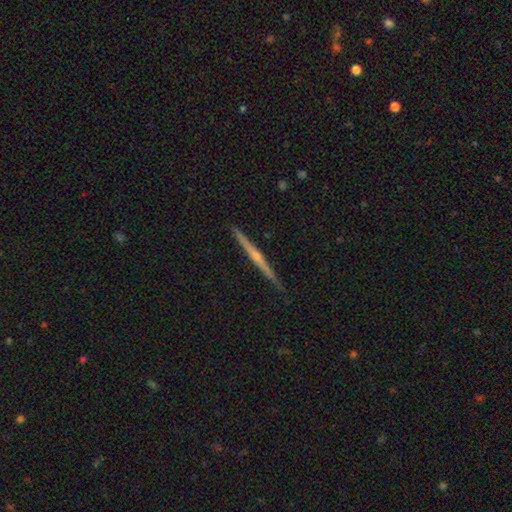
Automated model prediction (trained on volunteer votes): Overall: featured or disk (75%). Edge-on disk: yes (98%). Edge-on bulge: rounded (64%; none 30%). Merging: none (91%).